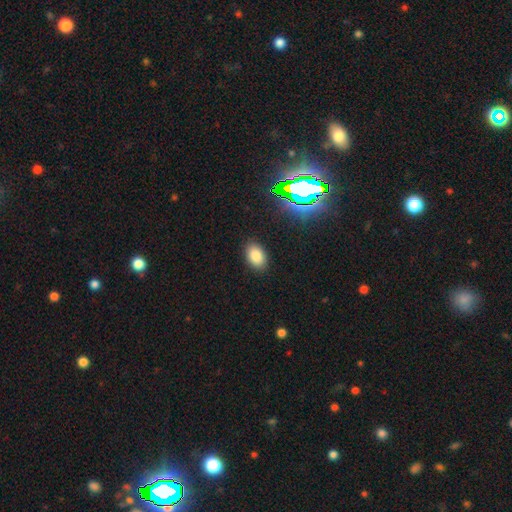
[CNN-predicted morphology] Smooth or featured? smooth (81%)
How rounded? in between (90%)
Merging? none (88%)